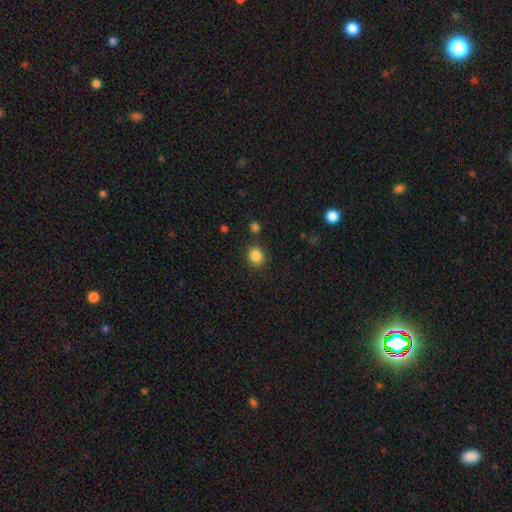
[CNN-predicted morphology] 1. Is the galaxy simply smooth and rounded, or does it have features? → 86% smooth, 10% star or artifact, 4% featured or disk.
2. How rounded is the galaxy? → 72% round, 27% in between, 1% cigar-shaped.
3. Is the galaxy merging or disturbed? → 83% none, 9% minor disturbance, 5% merger, 3% major disturbance.